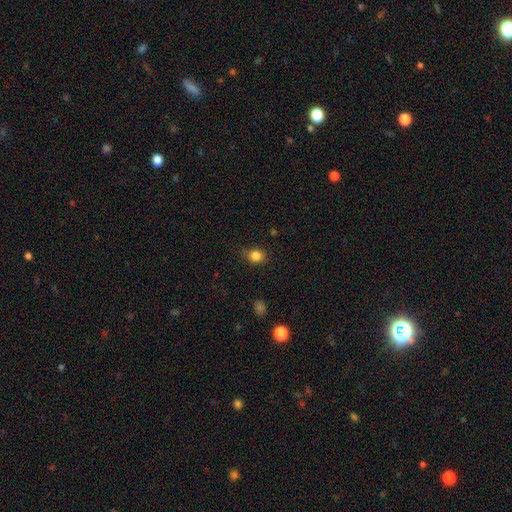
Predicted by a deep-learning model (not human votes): This is clearly a smooth galaxy (84%). How rounded: likely round (67%). Merging: likely none (77%).